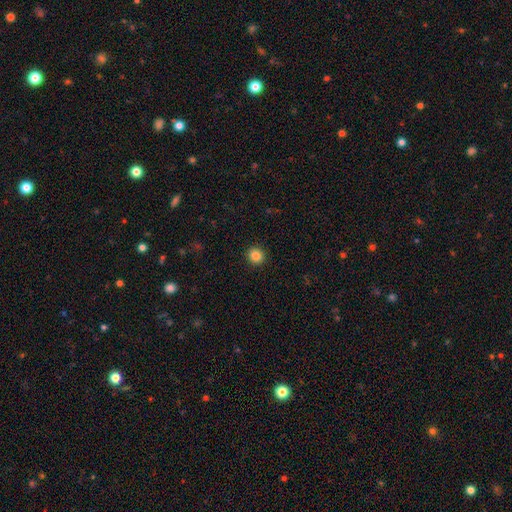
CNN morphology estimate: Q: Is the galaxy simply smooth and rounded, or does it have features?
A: smooth — 85%.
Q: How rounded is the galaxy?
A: round — 90%.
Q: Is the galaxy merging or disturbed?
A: none — 93%.